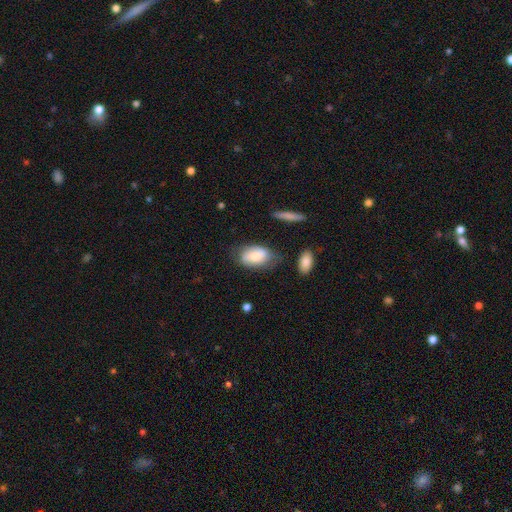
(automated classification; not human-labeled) Smooth or featured? smooth (68%)
How rounded? in between (90%)
Merging? none (63%)